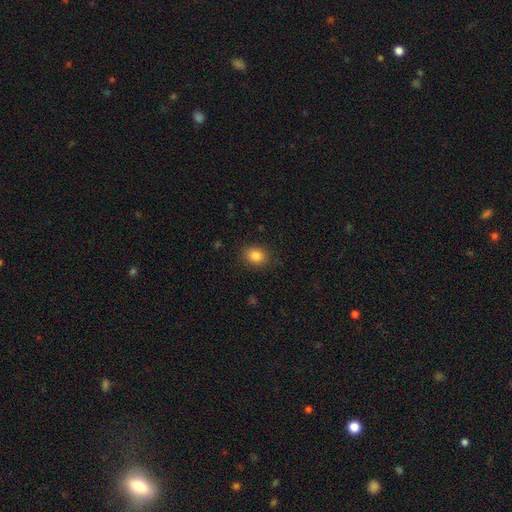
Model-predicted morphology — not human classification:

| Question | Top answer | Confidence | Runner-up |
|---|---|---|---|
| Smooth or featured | smooth | 85% | star or artifact (10%) |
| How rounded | in between | 52% | round (47%) |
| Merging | none | 86% | minor disturbance (10%) |